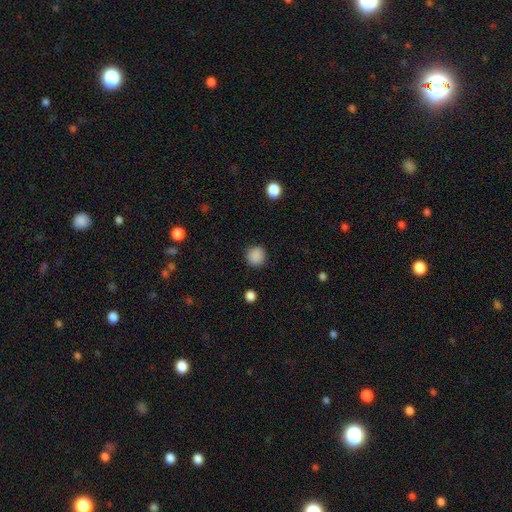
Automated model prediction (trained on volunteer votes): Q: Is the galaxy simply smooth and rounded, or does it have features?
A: smooth — 87%.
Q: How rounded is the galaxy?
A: round — 92%.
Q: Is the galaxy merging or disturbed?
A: none — 89%.